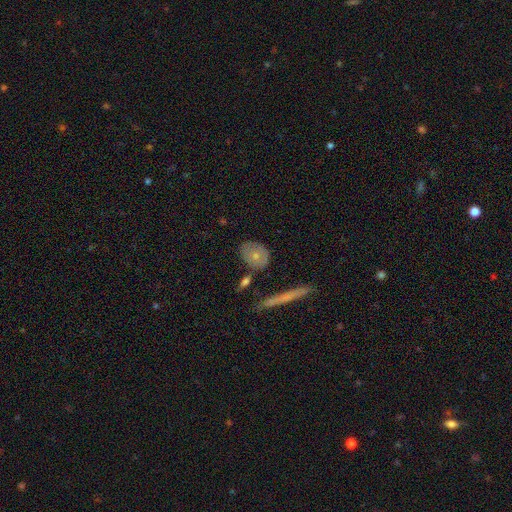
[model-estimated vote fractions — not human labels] Smooth or featured: smooth — 63% (featured or disk — 30%)
How rounded: in between — 61% (round — 35%)
Merging: none — 71% (minor disturbance — 18%)